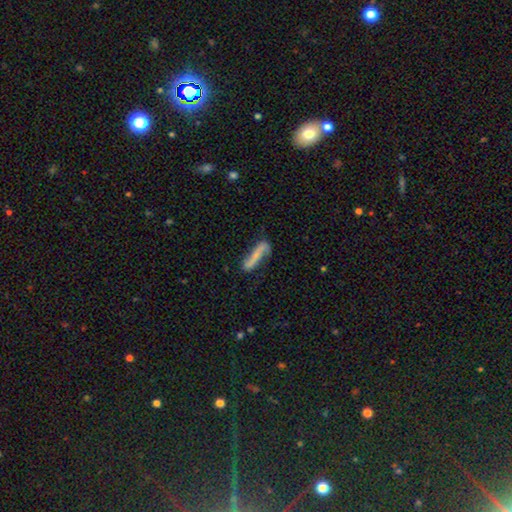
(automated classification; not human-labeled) A smooth galaxy with no disk features (47%). Merging: none (61%).